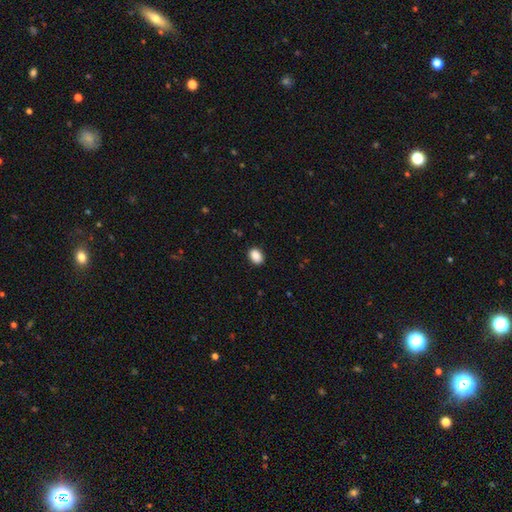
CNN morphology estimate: Overall: smooth (90%). How rounded: in between (78%). Merging: none (89%).